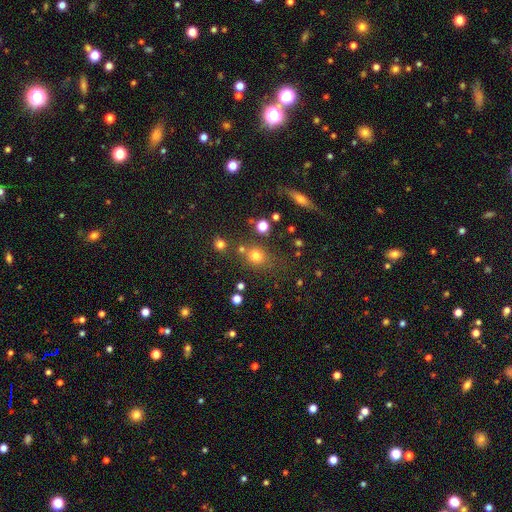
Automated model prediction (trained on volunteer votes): smooth_or_featured: smooth (p=0.74) [alt: star or artifact p=0.17]
how_rounded: round (p=0.77) [alt: in between p=0.22]
merging: none (p=0.67) [alt: merger p=0.16]